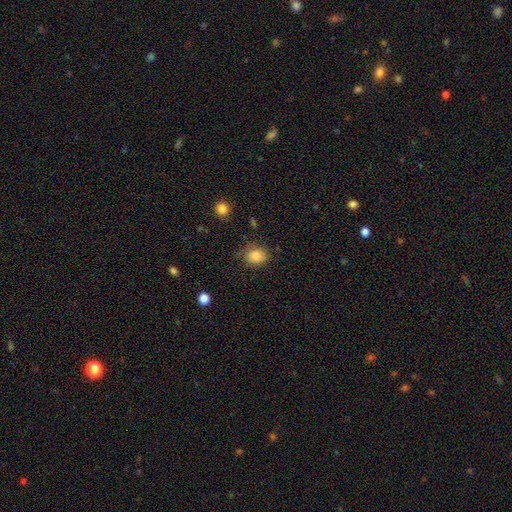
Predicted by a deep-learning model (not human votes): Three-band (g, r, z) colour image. It shows a smooth galaxy with no disk features (85%) that is round (56%). Merging: none (68%).